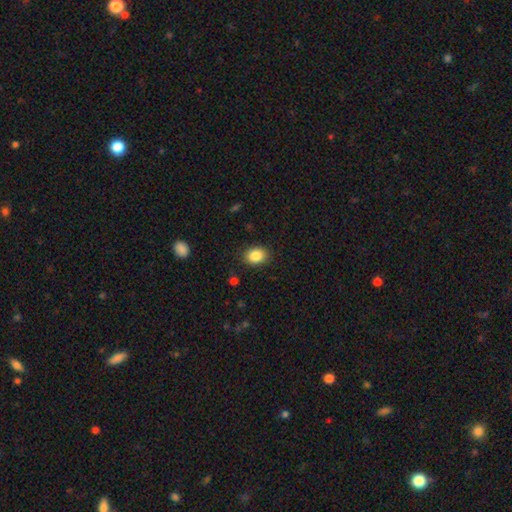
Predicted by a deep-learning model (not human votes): smooth-or-featured: smooth: 86% | star or artifact: 9% | featured or disk: 5%
  how-rounded: in between: 57% | round: 43% | cigar-shaped: 1%
  merging: none: 88% | minor disturbance: 9% | major disturbance: 3% | merger: 1%